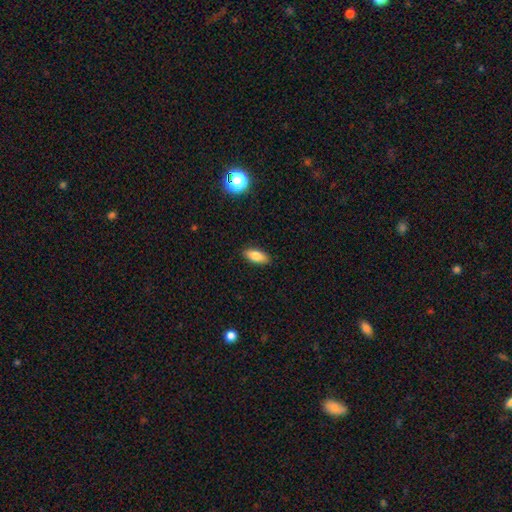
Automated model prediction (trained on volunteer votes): Overall: smooth (81%). How rounded: in between (84%). Merging: none (88%).